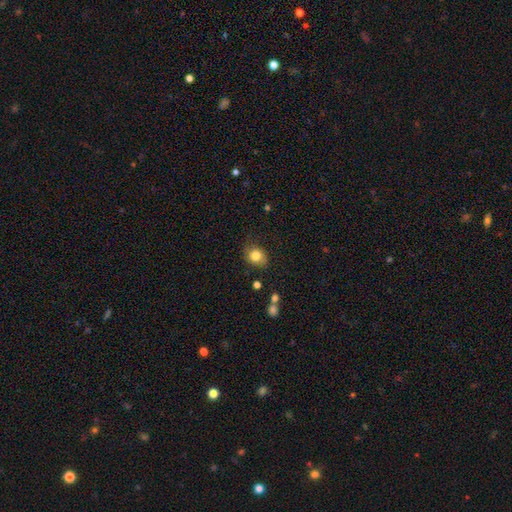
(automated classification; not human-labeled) This is clearly a smooth galaxy (81%). How rounded: likely round (63%). Merging: likely none (69%).